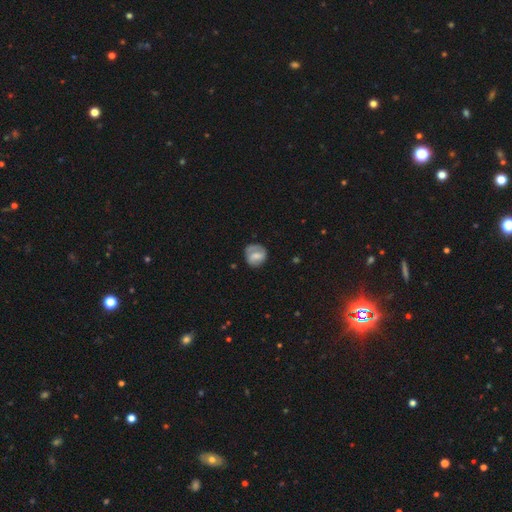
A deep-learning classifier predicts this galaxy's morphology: Smooth or featured: smooth — 58% (featured or disk — 35%)
How rounded: round — 78% (in between — 21%)
Merging: none — 62% (minor disturbance — 24%)